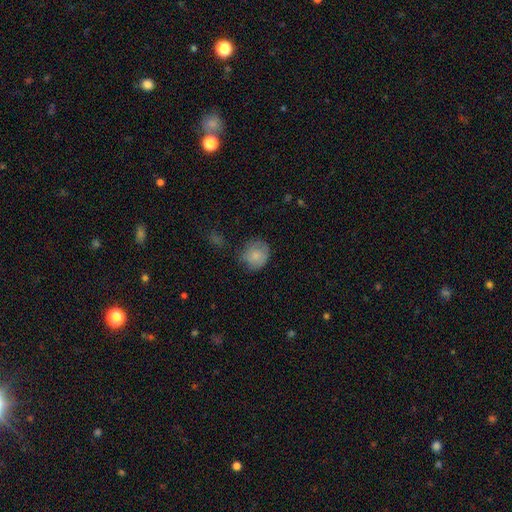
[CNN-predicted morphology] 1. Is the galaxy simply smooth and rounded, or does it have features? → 81% smooth, 11% featured or disk, 8% star or artifact.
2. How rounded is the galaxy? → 82% round, 17% in between, 1% cigar-shaped.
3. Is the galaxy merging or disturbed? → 65% none, 25% minor disturbance, 7% major disturbance, 3% merger.